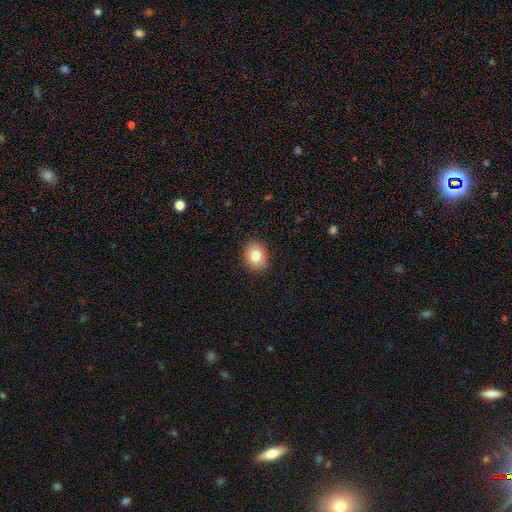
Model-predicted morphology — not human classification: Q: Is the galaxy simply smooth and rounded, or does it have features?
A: smooth — 82%.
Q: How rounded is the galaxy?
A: in between — 54%.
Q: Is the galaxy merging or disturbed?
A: none — 89%.